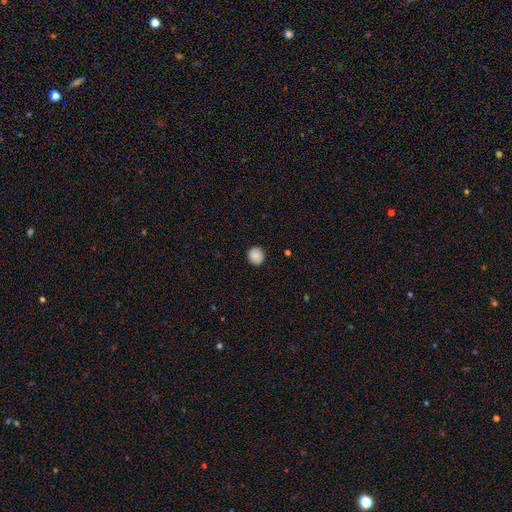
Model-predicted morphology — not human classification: smooth-or-featured: smooth: 87% | star or artifact: 8% | featured or disk: 5%
  how-rounded: round: 86% | in between: 13% | cigar-shaped: 1%
  merging: none: 88% | minor disturbance: 9% | major disturbance: 2% | merger: 1%